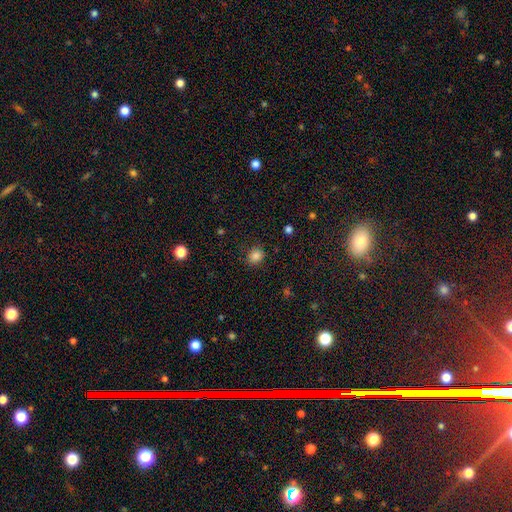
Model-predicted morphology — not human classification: Smooth or featured: smooth — 84% (star or artifact — 12%)
How rounded: round — 69% (in between — 30%)
Merging: none — 84% (minor disturbance — 12%)